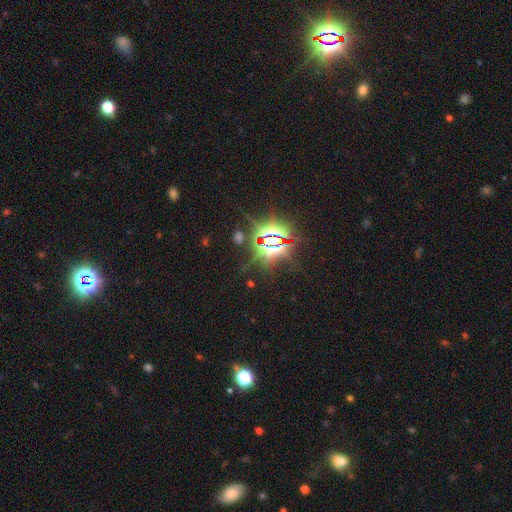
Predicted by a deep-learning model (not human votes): Overall: star or artifact (85%).